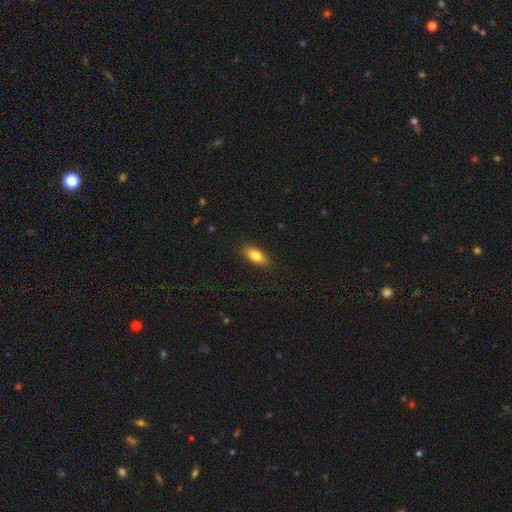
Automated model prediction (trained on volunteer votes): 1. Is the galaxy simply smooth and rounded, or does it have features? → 81% smooth, 12% featured or disk, 7% star or artifact.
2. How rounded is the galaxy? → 84% in between, 12% cigar-shaped, 4% round.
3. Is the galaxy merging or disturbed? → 87% none, 10% minor disturbance, 2% major disturbance, 1% merger.